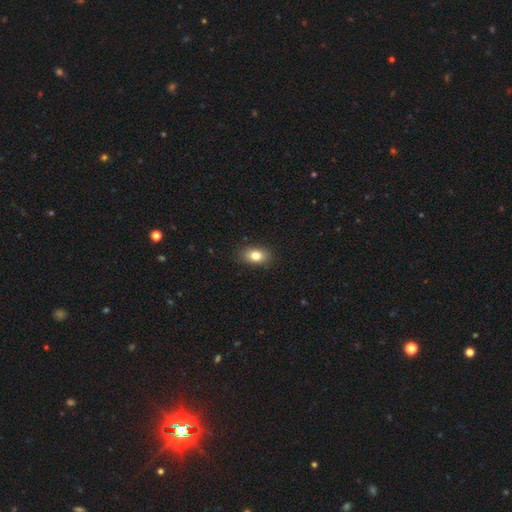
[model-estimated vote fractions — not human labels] Q: Smooth or featured?
A: smooth (81%); runner-up: featured or disk (10%)
Q: How rounded?
A: in between (80%); runner-up: round (18%)
Q: Merging?
A: none (87%); runner-up: minor disturbance (10%)